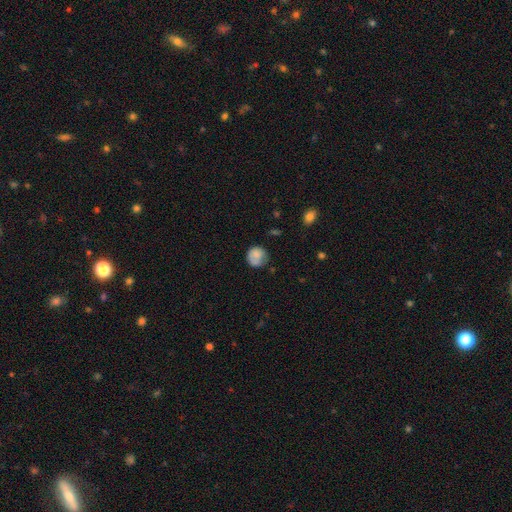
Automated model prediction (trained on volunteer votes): Overall: smooth (78%). How rounded: round (86%). Merging: none (60%; minor disturbance 26%).